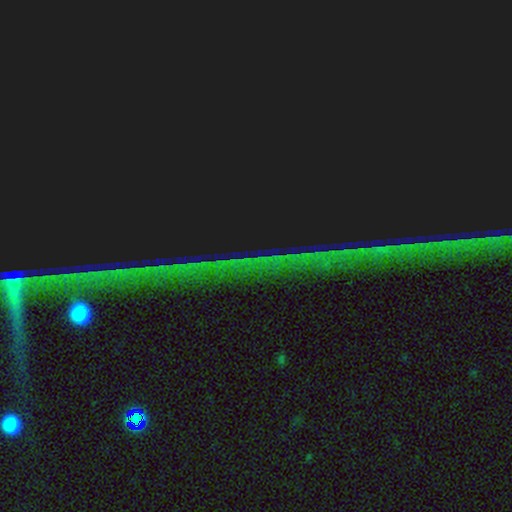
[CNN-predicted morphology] This is clearly a star or artifact rather than a galaxy (84%).